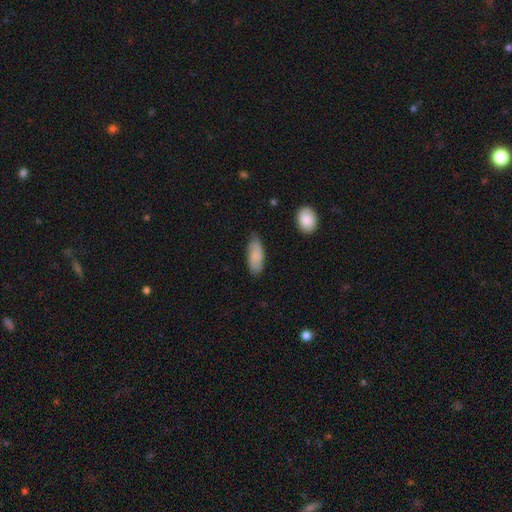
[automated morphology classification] Overall: smooth (70%). How rounded: in between (82%). Merging: none (72%).